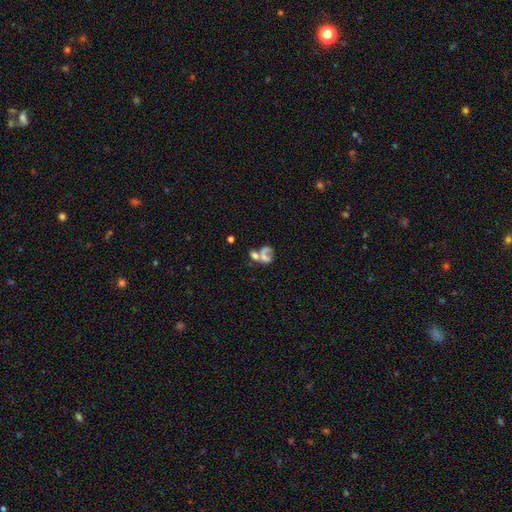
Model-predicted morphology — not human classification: Overall: smooth (48%; featured or disk 39%). Merging: merger (53%; none 21%).